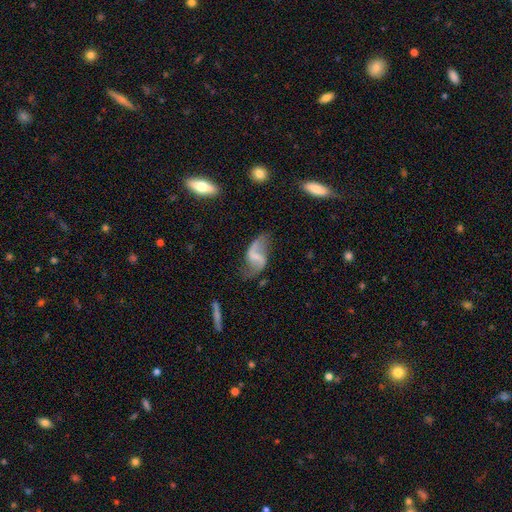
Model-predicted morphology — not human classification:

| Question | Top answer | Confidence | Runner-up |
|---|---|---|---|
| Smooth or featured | featured or disk | 83% | smooth (11%) |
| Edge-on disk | no | 97% | yes (3%) |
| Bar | weak | 46% | strong (33%) |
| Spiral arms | yes | 92% | no (8%) |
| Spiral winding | loose | 80% | medium (16%) |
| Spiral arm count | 2 | 91% | 1 (3%) |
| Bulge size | none | 54% | small (30%) |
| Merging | none | 66% | minor disturbance (18%) |